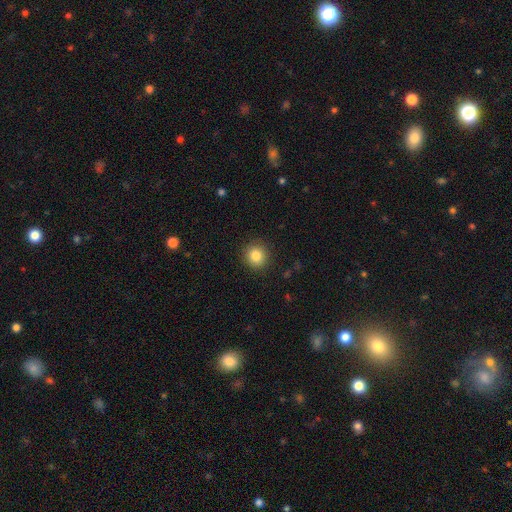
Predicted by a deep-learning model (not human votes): smooth_or_featured: smooth (p=0.84) [alt: star or artifact p=0.10]
how_rounded: round (p=0.91) [alt: in between p=0.09]
merging: none (p=0.90) [alt: minor disturbance p=0.07]